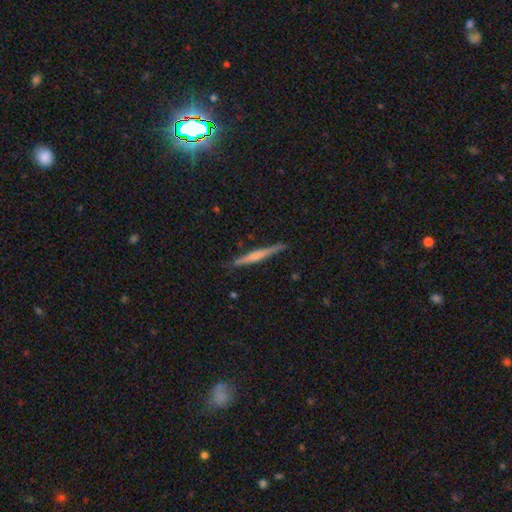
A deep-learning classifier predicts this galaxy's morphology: smooth_or_featured: featured or disk (p=0.54) [alt: smooth p=0.40]
disk_edge_on: yes (p=0.98) [alt: no p=0.02]
edge_on_bulge: rounded (p=0.40) [alt: none p=0.39]
merging: none (p=0.87) [alt: minor disturbance p=0.10]